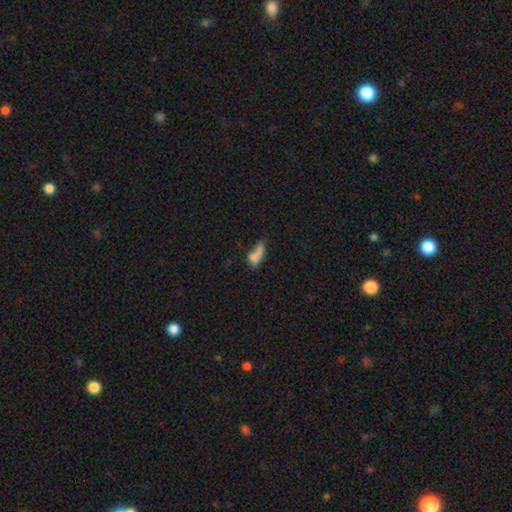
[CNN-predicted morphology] type=smooth (69%); roundness=in between (68%); merging=merger (29%).